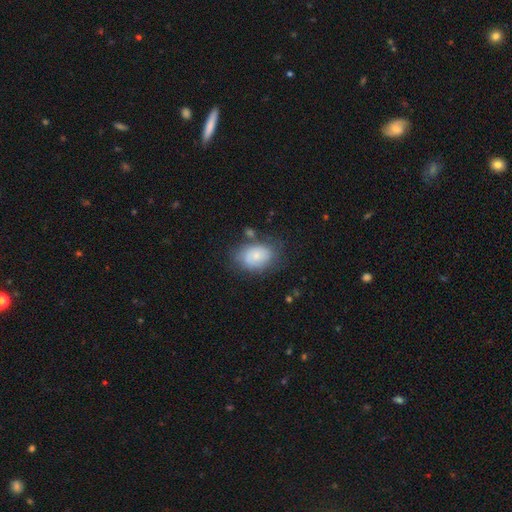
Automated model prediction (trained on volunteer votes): This appears to be a smooth galaxy with no disk features (68%) that is in between round and cigar-shaped (79%). Merging: none (61%).